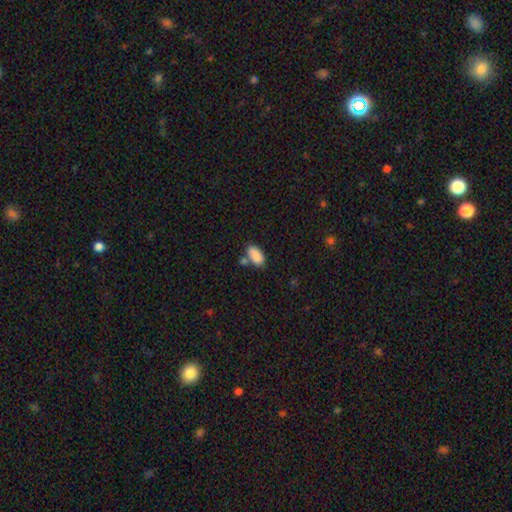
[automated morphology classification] smooth_or_featured: smooth (p=0.88) [alt: star or artifact p=0.07]
how_rounded: in between (p=0.93) [alt: cigar-shaped p=0.04]
merging: none (p=0.62) [alt: merger p=0.19]